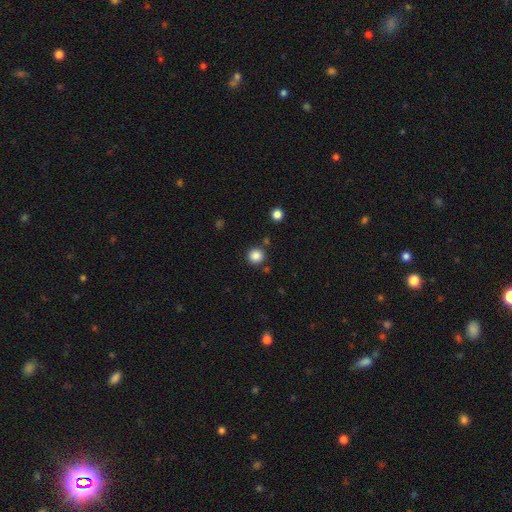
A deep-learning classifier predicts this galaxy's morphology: A smooth galaxy with no disk features (86%) that is round (94%). Merging: none (86%).